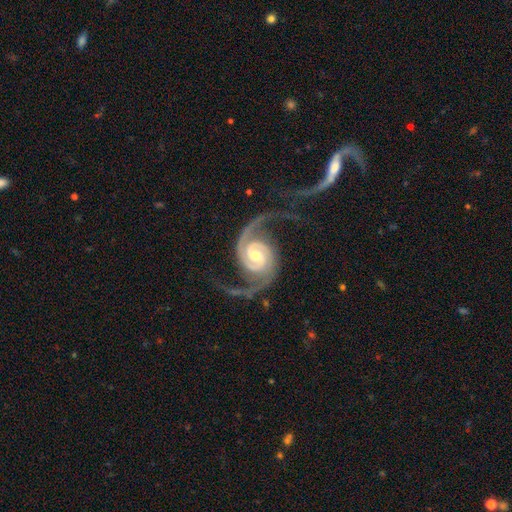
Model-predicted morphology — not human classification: Overall: featured or disk (94%). Edge-on disk: no (98%). Bar: weak (45%; no 34%). Spiral arms: yes (99%). Spiral arm count: 2 (91%). Spiral winding: medium (49%; loose 29%). Bulge size: moderate (61%; small 32%). Merging: none (66%).